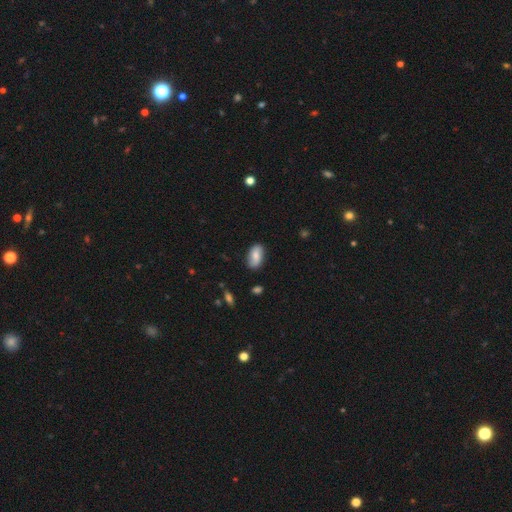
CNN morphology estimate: This is likely a smooth galaxy (68%). How rounded: clearly in between (92%). Merging: clearly none (81%).